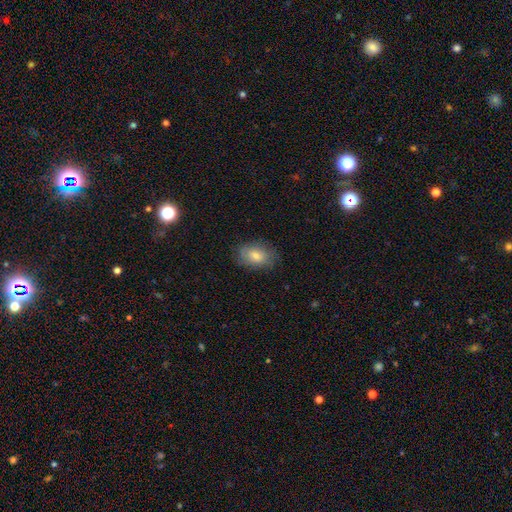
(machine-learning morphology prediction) Smooth or featured? Predicted: smooth (p=0.79). How rounded? Predicted: in between (p=0.85). Merging? Predicted: none (p=0.79).